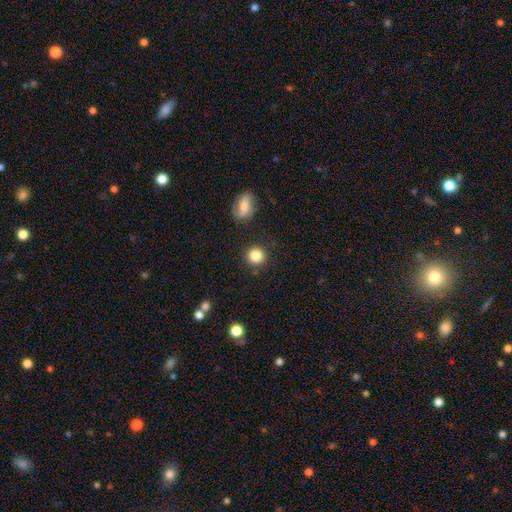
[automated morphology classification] A smooth galaxy with no disk features (85%) that is round (92%). Merging: none (87%).